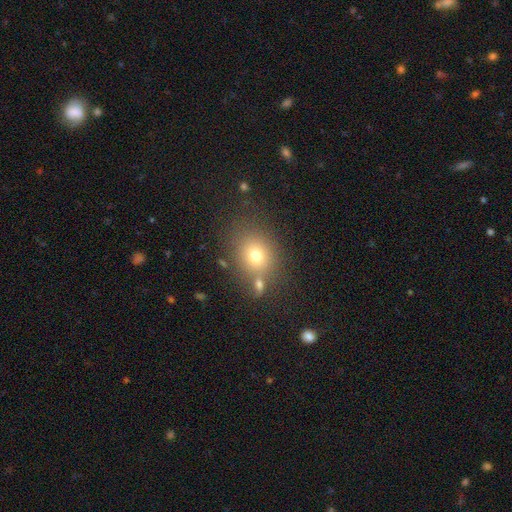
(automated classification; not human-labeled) Smooth or featured: smooth — 73% (star or artifact — 16%)
How rounded: round — 65% (in between — 34%)
Merging: none — 67% (merger — 16%)